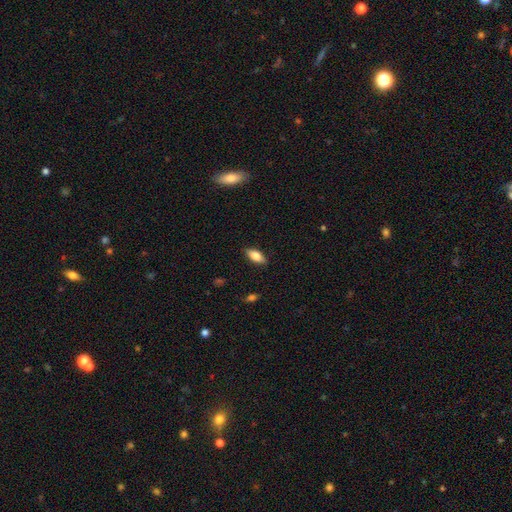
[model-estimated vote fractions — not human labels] This is clearly a smooth galaxy (80%). How rounded: clearly in between (84%). Merging: clearly none (87%).